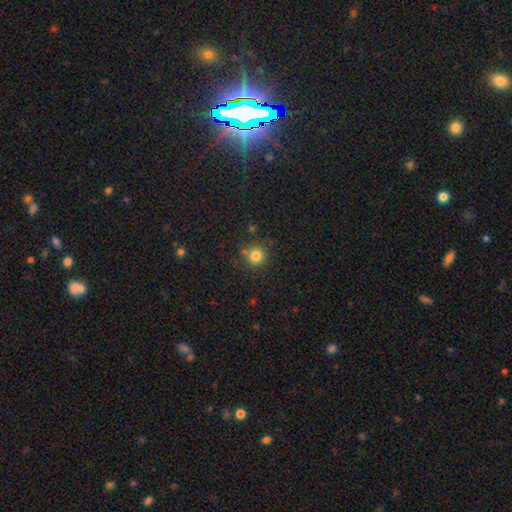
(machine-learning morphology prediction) A smooth galaxy with no disk features (80%) that is round (92%).

Vote fractions:
- Smooth or featured? smooth: 80% / star or artifact: 14% / featured or disk: 6%
- How rounded? round: 92% / in between: 7% / cigar-shaped: 1%
- Merging? none: 78% / minor disturbance: 11% / merger: 8% / major disturbance: 4%